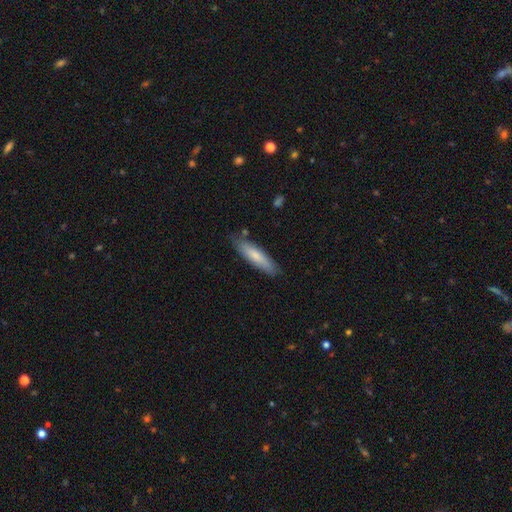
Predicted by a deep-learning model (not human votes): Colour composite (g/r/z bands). It shows a smooth galaxy with no disk features (73%) that is cigar-shaped (74%). Merging: none (82%).